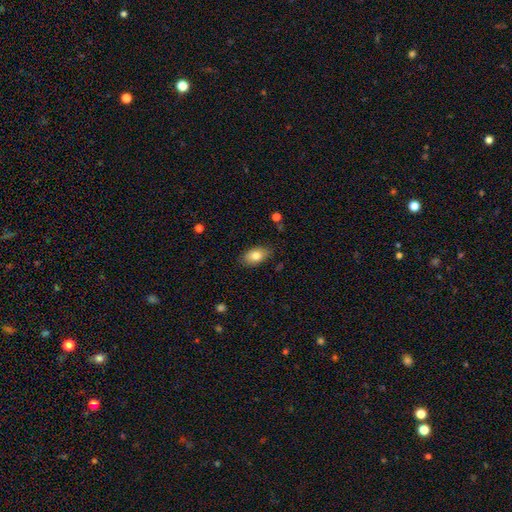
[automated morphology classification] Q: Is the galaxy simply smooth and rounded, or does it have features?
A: smooth — 80%.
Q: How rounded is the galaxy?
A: in between — 90%.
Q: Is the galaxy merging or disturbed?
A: none — 83%.